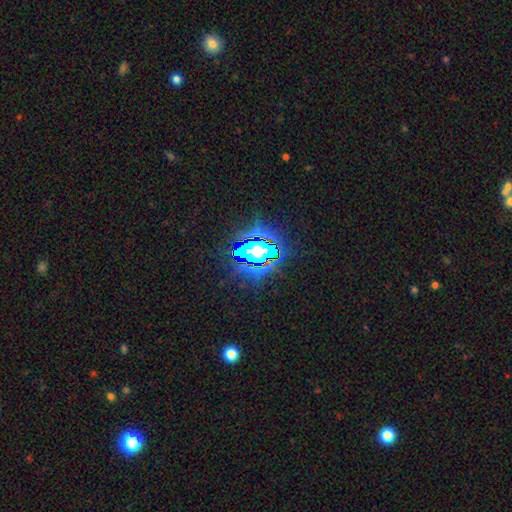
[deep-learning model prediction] Q: Smooth or featured?
A: star or artifact (82%); runner-up: smooth (11%)